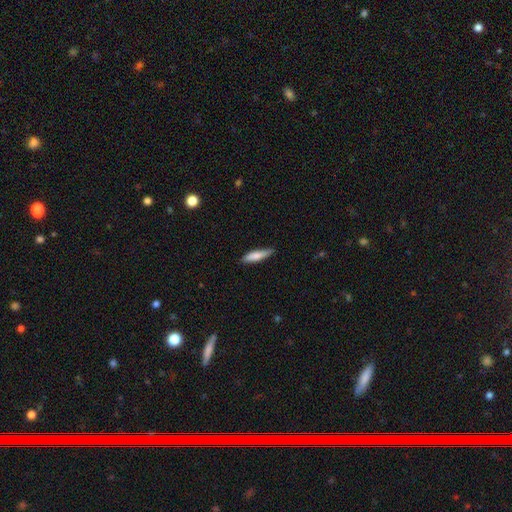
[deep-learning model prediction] This is likely a smooth galaxy (74%). How rounded: likely cigar-shaped (78%). Merging: clearly none (82%).